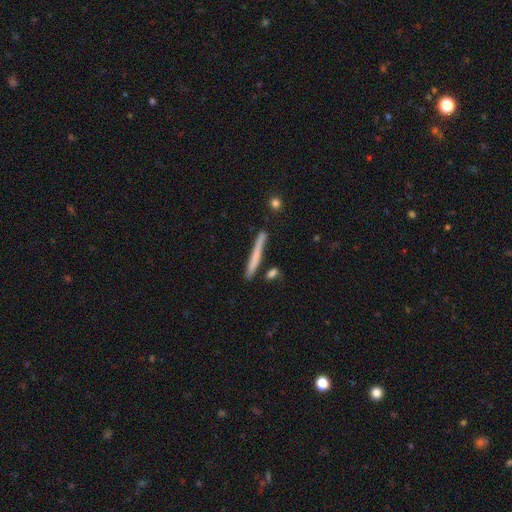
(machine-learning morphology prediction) smooth-or-featured: smooth: 63% | featured or disk: 31% | star or artifact: 6%
  how-rounded: cigar-shaped: 97% | in between: 2% | round: 1%
  merging: none: 83% | minor disturbance: 10% | merger: 4% | major disturbance: 2%